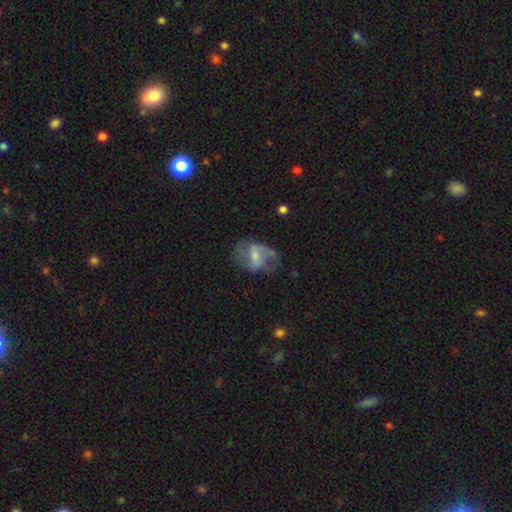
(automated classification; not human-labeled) Morphology: type=featured or disk (56%); edge-on=no (96%); bar=weak (47%); spiral arms=yes (63%); bulge=moderate (42%); merging=none (45%).